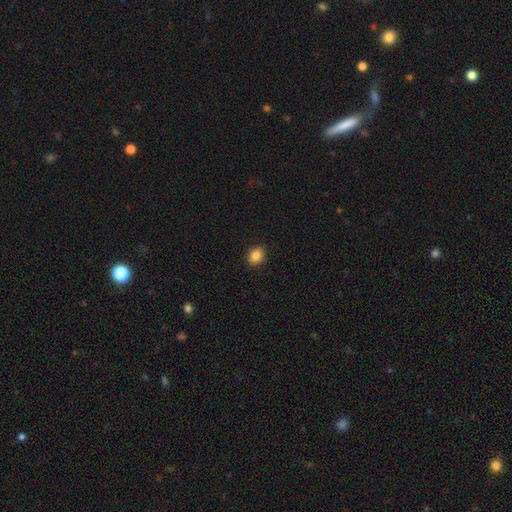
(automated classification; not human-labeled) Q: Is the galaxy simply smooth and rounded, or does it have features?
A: smooth — 87%.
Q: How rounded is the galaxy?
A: round — 50%.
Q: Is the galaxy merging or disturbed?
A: none — 89%.